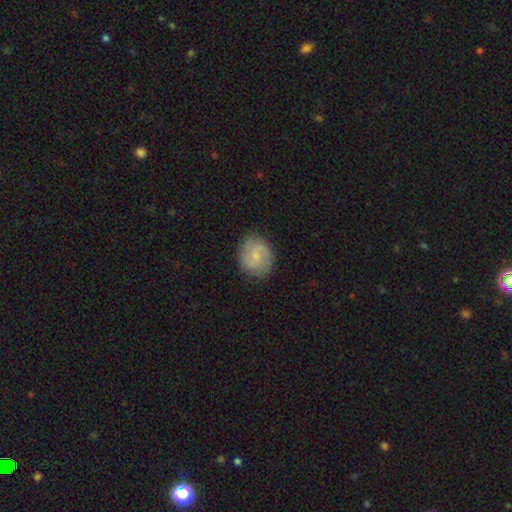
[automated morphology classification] smooth-or-featured: featured or disk: 52% | smooth: 41% | star or artifact: 7%
  disk-edge-on: no: 98% | yes: 2%
    bar: no: 50% | weak: 43% | strong: 6%
    has-spiral-arms: yes: 88% | no: 12%
    bulge-size: small: 66% | moderate: 23% | none: 9% | large: 1% | dominant: 1%
  merging: none: 82% | minor disturbance: 14% | major disturbance: 4% | merger: 1%